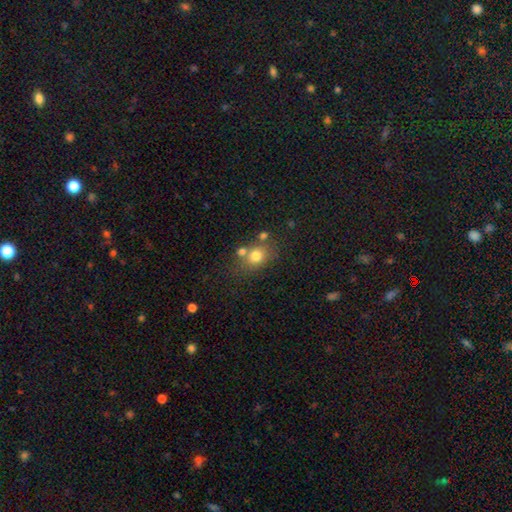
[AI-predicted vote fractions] Smooth or featured: smooth — 76% (star or artifact — 12%)
How rounded: round — 56% (in between — 42%)
Merging: none — 61% (merger — 20%)